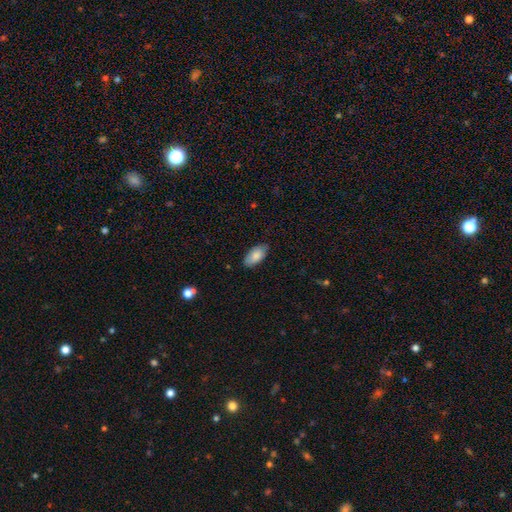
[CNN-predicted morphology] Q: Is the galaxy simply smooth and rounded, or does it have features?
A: smooth — 83%.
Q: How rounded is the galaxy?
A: in between — 93%.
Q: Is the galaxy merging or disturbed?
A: none — 82%.